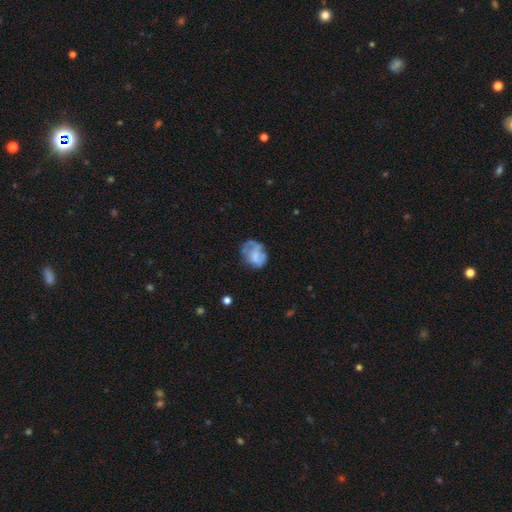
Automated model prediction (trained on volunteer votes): smooth_or_featured: smooth (p=0.49) [alt: featured or disk p=0.42]
merging: none (p=0.41) [alt: minor disturbance p=0.29]